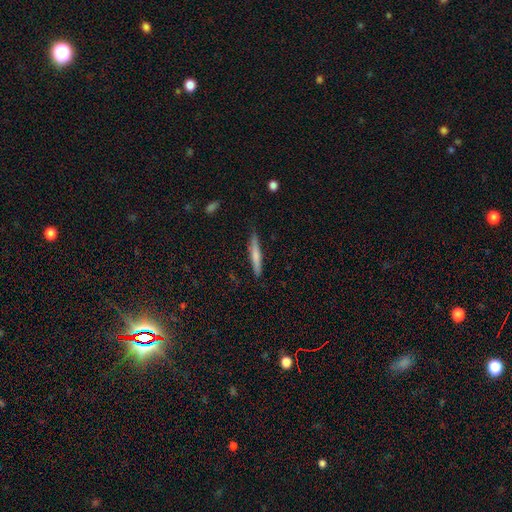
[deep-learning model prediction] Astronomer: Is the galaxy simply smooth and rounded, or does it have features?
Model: smooth — 64%.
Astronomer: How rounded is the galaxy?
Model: cigar-shaped — 94%.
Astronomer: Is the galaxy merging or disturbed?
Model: none — 86%.